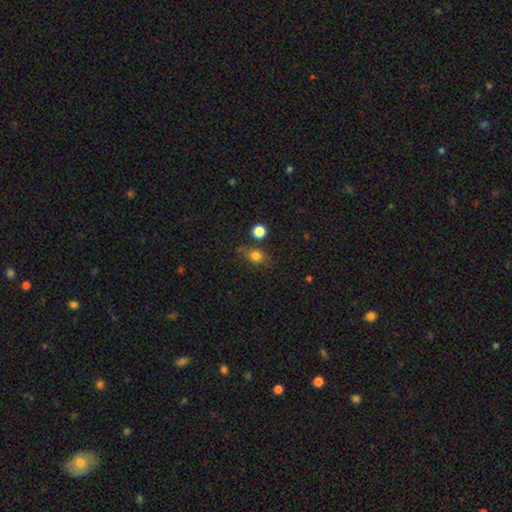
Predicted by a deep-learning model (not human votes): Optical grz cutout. It shows a smooth galaxy with no disk features (80%) that is round (61%). Merging: none (69%).